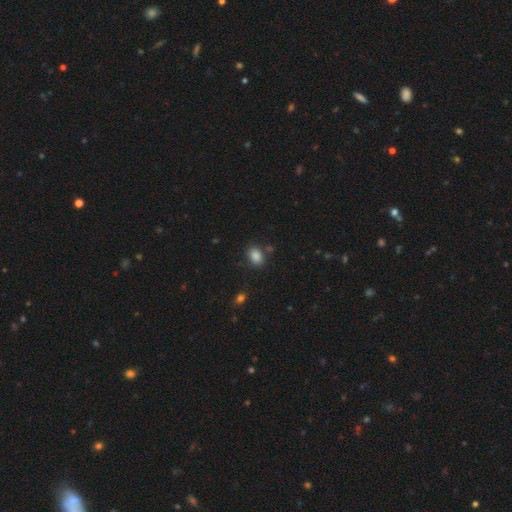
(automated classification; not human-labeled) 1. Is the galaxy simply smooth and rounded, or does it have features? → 85% smooth, 10% star or artifact, 5% featured or disk.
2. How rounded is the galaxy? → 70% in between, 29% round, 1% cigar-shaped.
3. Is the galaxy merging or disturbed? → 78% none, 12% minor disturbance, 6% merger, 4% major disturbance.